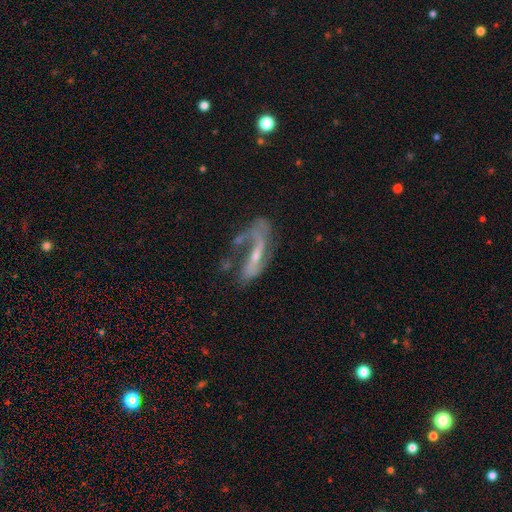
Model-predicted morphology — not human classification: Smooth or featured? featured or disk (77%)
Edge-on disk? no (85%)
Bar? weak (35%, tied with no)
Spiral arms? yes (81%)
Spiral winding? loose (63%)
Spiral arm count? 2 (57%)
Bulge size? small (62%)
Merging? major disturbance (36%)